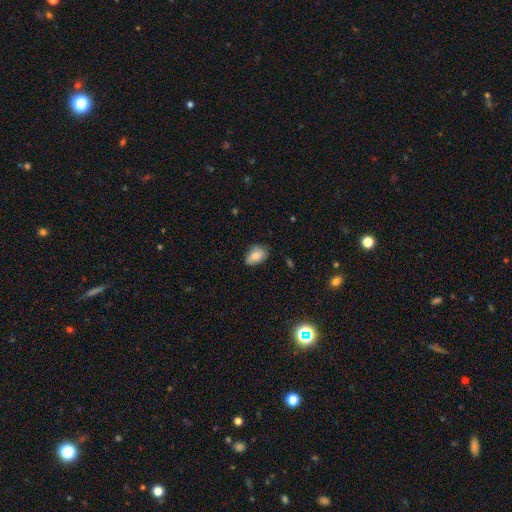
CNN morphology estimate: smooth_or_featured: smooth (p=0.81) [alt: featured or disk p=0.11]
how_rounded: in between (p=0.89) [alt: round p=0.10]
merging: none (p=0.65) [alt: minor disturbance p=0.29]